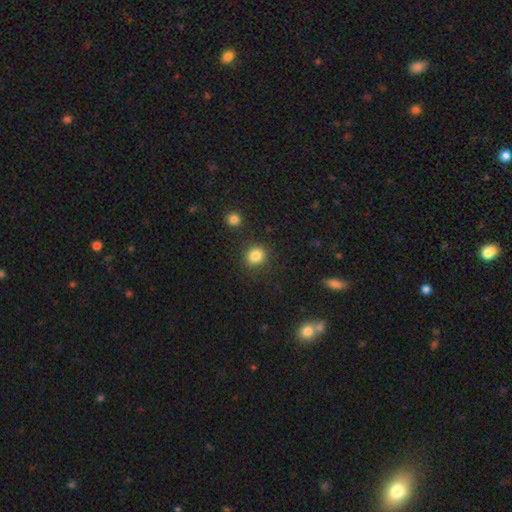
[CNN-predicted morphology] Overall: smooth (84%). How rounded: round (75%). Merging: none (84%).